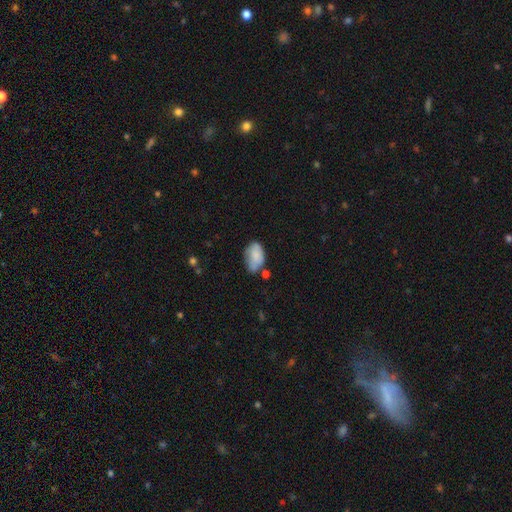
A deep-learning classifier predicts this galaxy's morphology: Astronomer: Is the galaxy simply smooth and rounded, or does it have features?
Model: smooth — 77%.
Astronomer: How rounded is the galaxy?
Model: in between — 90%.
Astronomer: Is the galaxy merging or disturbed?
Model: none — 43% (runner-up: minor disturbance, 34%).